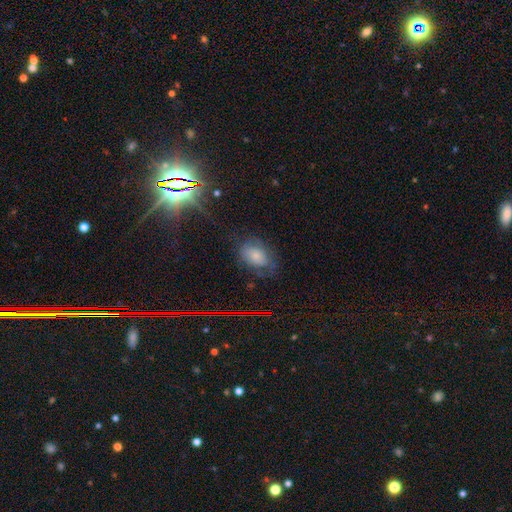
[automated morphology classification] Overall: smooth (65%). How rounded: in between (77%). Merging: none (57%; minor disturbance 24%).